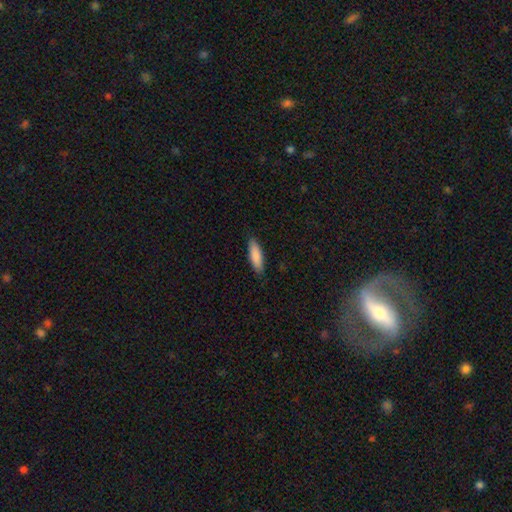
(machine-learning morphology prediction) This is clearly a smooth galaxy (88%). How rounded: possibly cigar-shaped (52%). Merging: clearly none (87%).